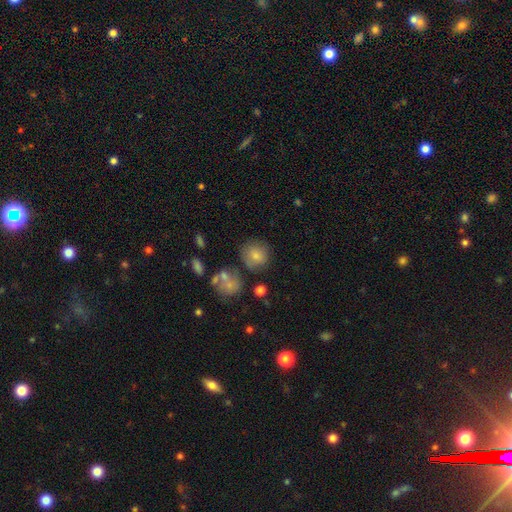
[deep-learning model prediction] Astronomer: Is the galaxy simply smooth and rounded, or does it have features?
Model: smooth — 79%.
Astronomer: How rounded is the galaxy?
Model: round — 84%.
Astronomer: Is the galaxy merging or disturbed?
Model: none — 71%.